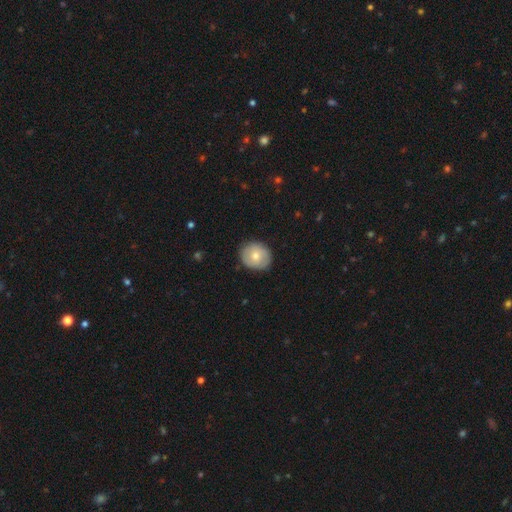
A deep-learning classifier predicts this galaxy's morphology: Overall: smooth (58%; featured or disk 36%). How rounded: round (65%; in between 34%). Merging: none (86%).